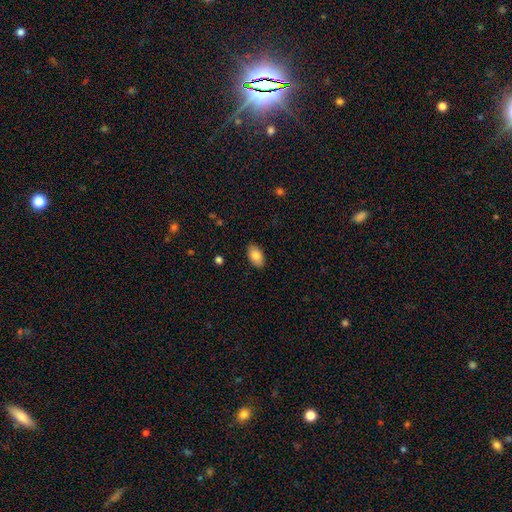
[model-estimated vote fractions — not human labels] smooth-or-featured: smooth: 83% | featured or disk: 10% | star or artifact: 7%
  how-rounded: in between: 94% | round: 5% | cigar-shaped: 2%
  merging: none: 88% | minor disturbance: 9% | major disturbance: 2% | merger: 1%